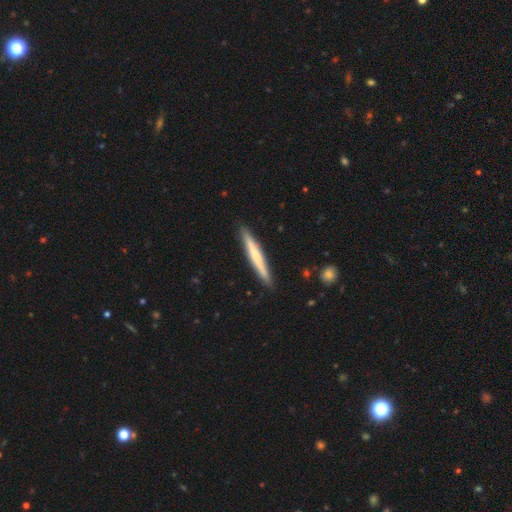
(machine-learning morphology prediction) type=smooth (53%); roundness=cigar-shaped (96%); merging=none (90%).